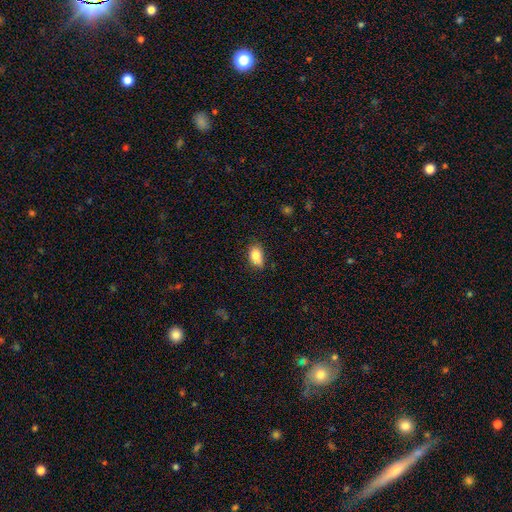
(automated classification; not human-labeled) The model was most divided on "merging": none: 74%, minor disturbance: 21%, major disturbance: 3%, merger: 2%. More confident: how rounded — in between (89%); smooth or featured — smooth (84%).